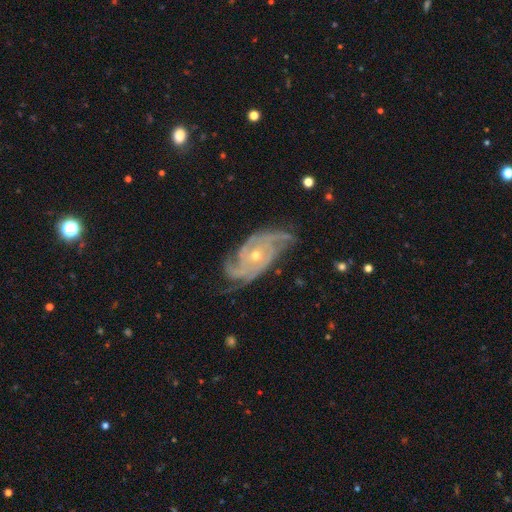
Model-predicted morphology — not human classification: A featured or disk galaxy (91%) with no bar (75%), 3 (38%) tight (58%) spiral arms (98%) and a small central bulge (57%).

Vote fractions:
- Smooth or featured? featured or disk: 91% / star or artifact: 5% / smooth: 4%
- Edge-on disk? no: 96% / yes: 4%
- Bar? no: 75% / weak: 19% / strong: 6%
- Spiral arms? yes: 98% / no: 2%
- Spiral winding? tight: 58% / medium: 35% / loose: 7%
- Spiral arm count? 3: 38% / 4: 27% / can't tell: 12% / 2: 12% / more than 4: 6% / 1: 5%
- Bulge size? small: 57% / moderate: 40% / large: 1% / none: 1% / dominant: 1%
- Merging? none: 70% / minor disturbance: 21% / major disturbance: 8% / merger: 1%